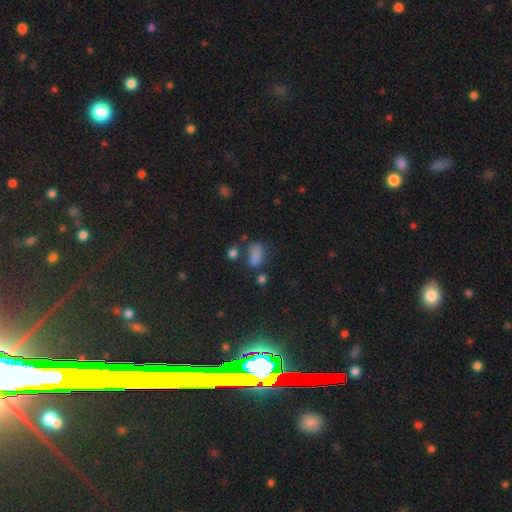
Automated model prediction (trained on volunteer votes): smooth-or-featured: smooth: 70% | star or artifact: 20% | featured or disk: 10%
  how-rounded: in between: 80% | round: 14% | cigar-shaped: 6%
  merging: none: 41% | minor disturbance: 24% | major disturbance: 20% | merger: 15%